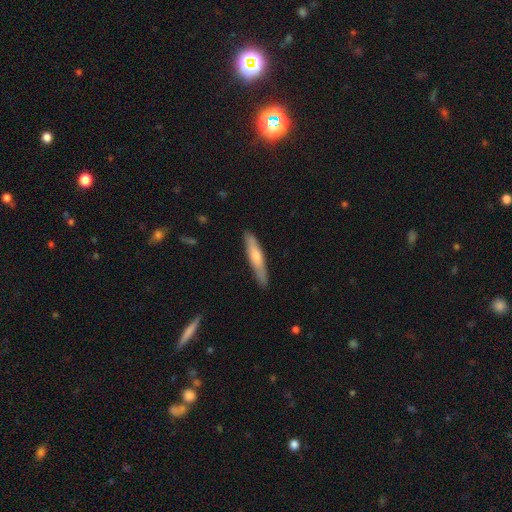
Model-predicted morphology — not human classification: smooth-or-featured: smooth: 54% | featured or disk: 40% | star or artifact: 5%
  how-rounded: cigar-shaped: 90% | in between: 9% | round: 1%
  merging: none: 86% | minor disturbance: 11% | major disturbance: 2% | merger: 1%